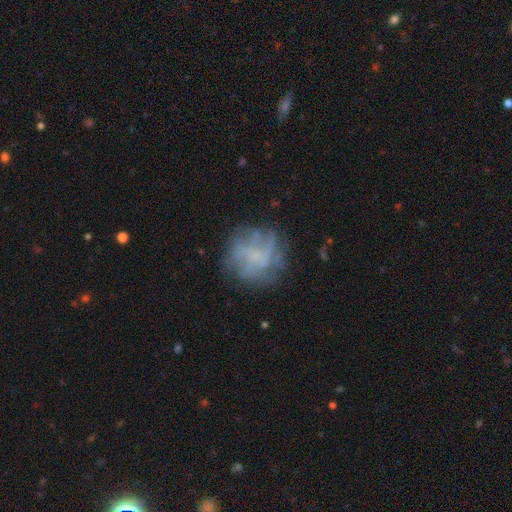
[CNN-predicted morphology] This is possibly a featured or disk galaxy (55%). It is clearly not viewed edge-on (98%). Bar: likely no (79%). Spiral arm pattern: possibly no (50%, tied with yes). Central bulge: possibly none (54%). Merging: likely none (68%).